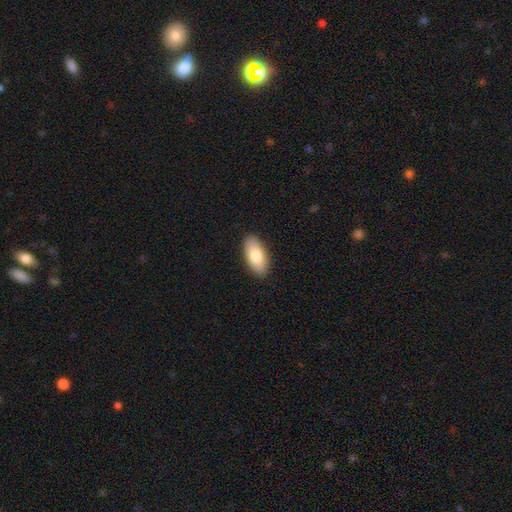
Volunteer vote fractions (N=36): This is clearly a smooth galaxy (86%). How rounded: clearly in between (94%). Merging: clearly none (89%).